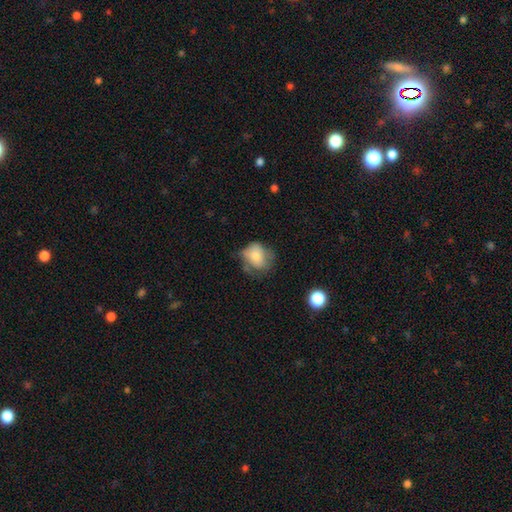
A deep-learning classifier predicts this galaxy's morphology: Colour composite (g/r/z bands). It shows a smooth galaxy with no disk features (68%) that is round (51%). Merging: none (39%).